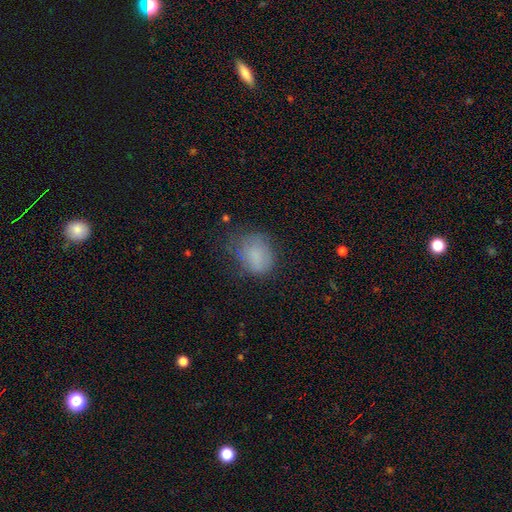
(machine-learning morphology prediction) smooth-or-featured: smooth: 77% | featured or disk: 13% | star or artifact: 10%
  how-rounded: in between: 52% | round: 47% | cigar-shaped: 1%
  merging: none: 50% | minor disturbance: 32% | major disturbance: 17% | merger: 2%